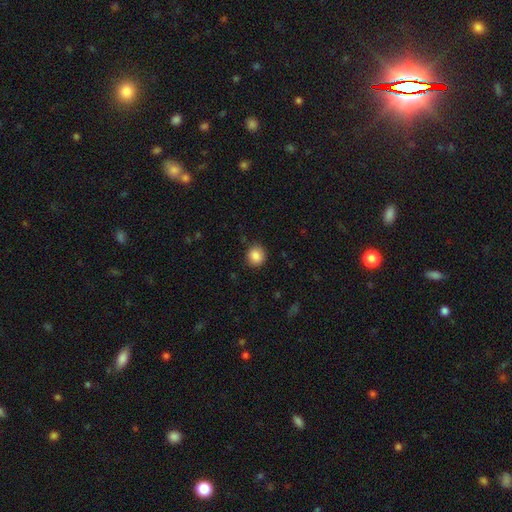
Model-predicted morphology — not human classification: This appears to be a smooth galaxy with no disk features (87%) that is round (86%). Merging: none (87%).